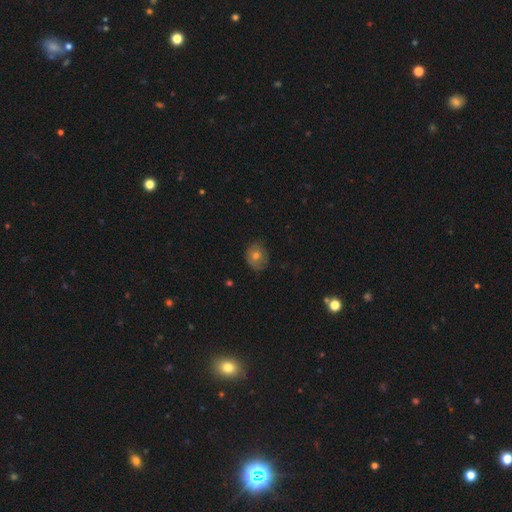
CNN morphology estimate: Smooth or featured?
  - smooth: 64% *
  - featured or disk: 24%
  - star or artifact: 12%
How rounded?
  - round: 57% *
  - in between: 42%
  - cigar-shaped: 1%
Merging?
  - none: 76% *
  - minor disturbance: 19%
  - major disturbance: 4%
  - merger: 1%